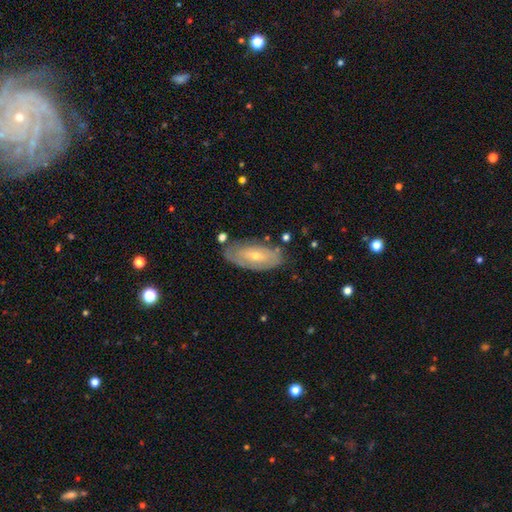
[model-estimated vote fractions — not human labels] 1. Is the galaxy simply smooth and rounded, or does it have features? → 60% featured or disk, 33% smooth, 7% star or artifact.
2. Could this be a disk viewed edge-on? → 84% no, 16% yes.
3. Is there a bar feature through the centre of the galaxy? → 66% no, 26% weak, 8% strong.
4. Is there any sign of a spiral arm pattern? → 60% yes, 40% no.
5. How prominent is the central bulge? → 63% small, 34% moderate, 1% large, 1% none, 1% dominant.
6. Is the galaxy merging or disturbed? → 73% none, 19% minor disturbance, 5% major disturbance, 3% merger.